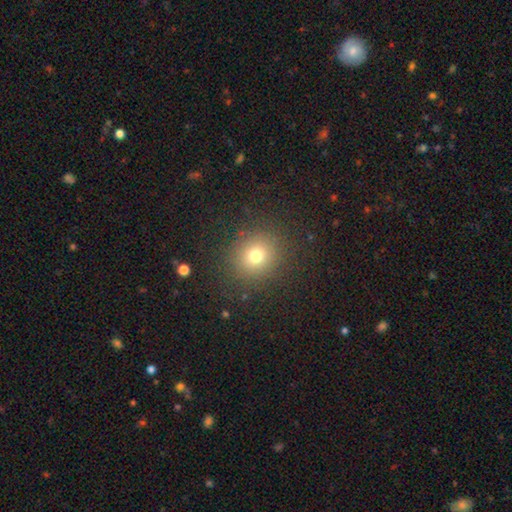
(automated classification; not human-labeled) smooth_or_featured: smooth (p=0.73) [alt: star or artifact p=0.18]
how_rounded: round (p=0.85) [alt: in between p=0.14]
merging: none (p=0.87) [alt: minor disturbance p=0.07]